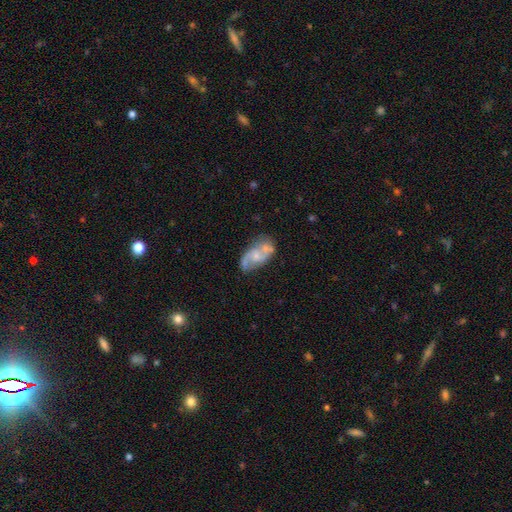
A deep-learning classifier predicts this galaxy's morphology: smooth_or_featured: featured or disk (p=0.73) [alt: smooth p=0.21]
disk_edge_on: no (p=0.97) [alt: yes p=0.03]
bar: no (p=0.62) [alt: weak p=0.32]
has_spiral_arms: yes (p=0.88) [alt: no p=0.12]
spiral_winding: medium (p=0.47) [alt: loose p=0.37]
spiral_arm_count: 2 (p=0.86) [alt: can't tell p=0.07]
bulge_size: small (p=0.56) [alt: moderate p=0.32]
merging: none (p=0.49) [alt: merger p=0.22]